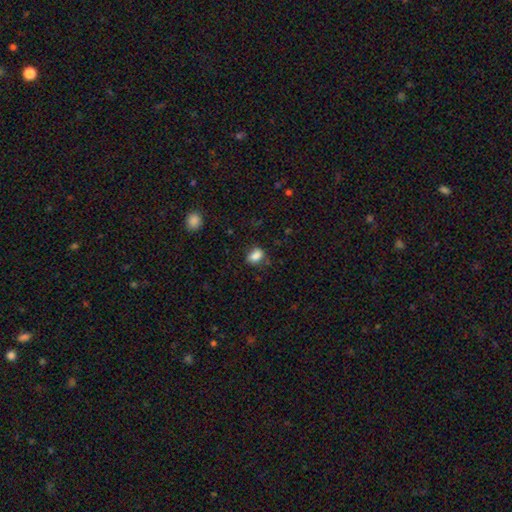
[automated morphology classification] This appears to be a smooth galaxy with no disk features (84%) that is in between round and cigar-shaped (76%). Merging: none (65%).